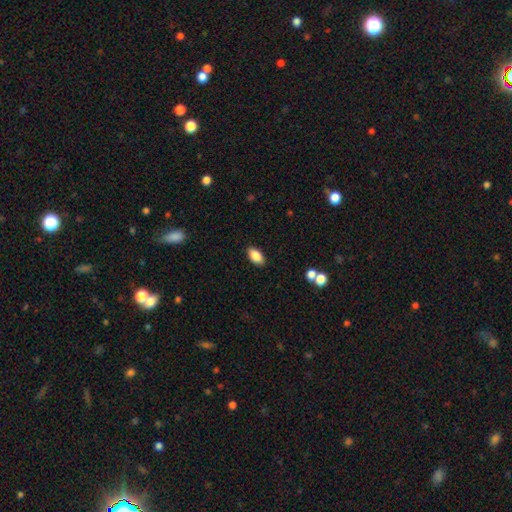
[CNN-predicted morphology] This appears to be a smooth galaxy with no disk features (85%) that is in between round and cigar-shaped (92%). Merging: none (88%).